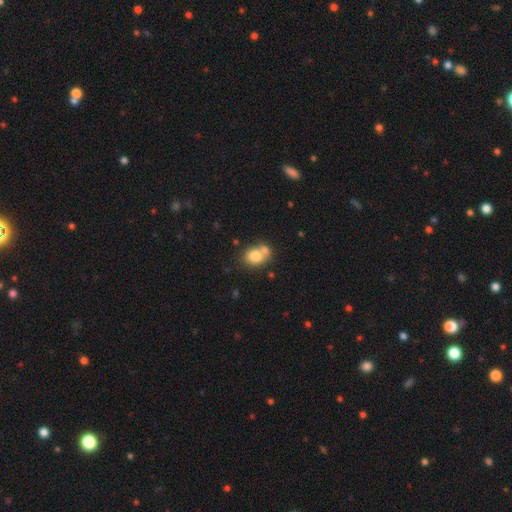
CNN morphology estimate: smooth 79%, featured or disk 12%, star or artifact 9%. Down the decision tree: how rounded — in between (53%); merging — none (42%).